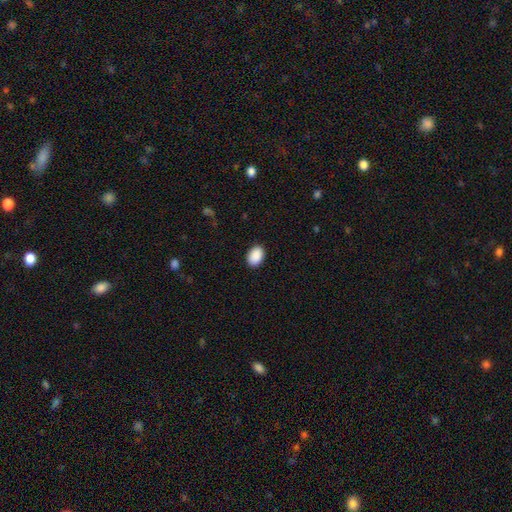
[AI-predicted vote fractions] Smooth or featured? smooth (91%)
How rounded? in between (84%)
Merging? none (90%)